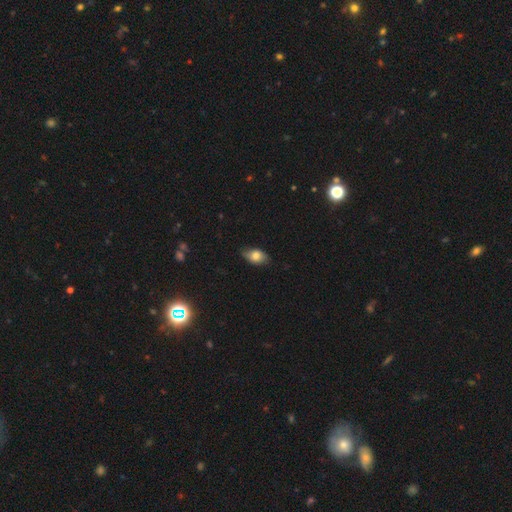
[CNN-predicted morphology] A smooth galaxy with no disk features (74%) that is in between round and cigar-shaped (87%).

Vote fractions:
- Smooth or featured? smooth: 74% / featured or disk: 18% / star or artifact: 8%
- How rounded? in between: 87% / round: 10% / cigar-shaped: 3%
- Merging? none: 74% / minor disturbance: 22% / major disturbance: 4% / merger: 1%